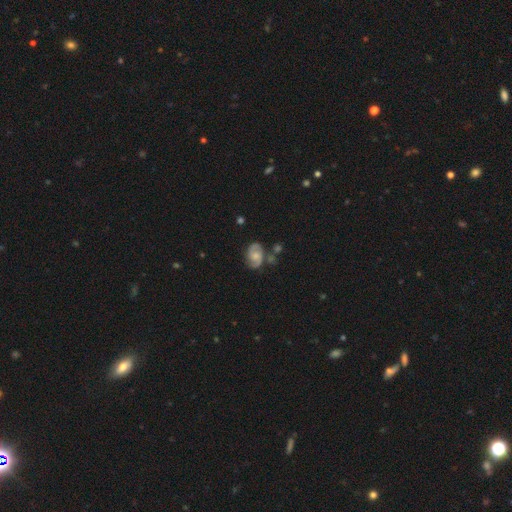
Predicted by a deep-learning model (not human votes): The model was most divided on "bulge size": moderate: 41%, small: 36%, none: 15%, large: 7%, dominant: 2%. Remaining: edge-on disk — no (97%); spiral arms — yes (93%); spiral arm count — 2 (88%); smooth or featured — featured or disk (73%); merging — none (68%); bar — no (58%); spiral winding — medium (50%).